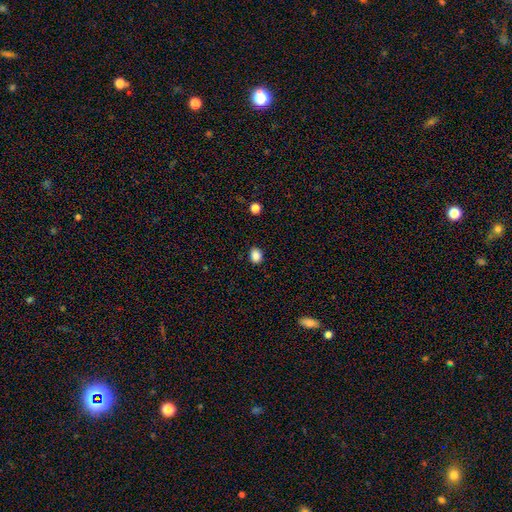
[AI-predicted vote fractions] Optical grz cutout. It shows a smooth galaxy with no disk features (87%) that is in between round and cigar-shaped (53%). Merging: none (88%).